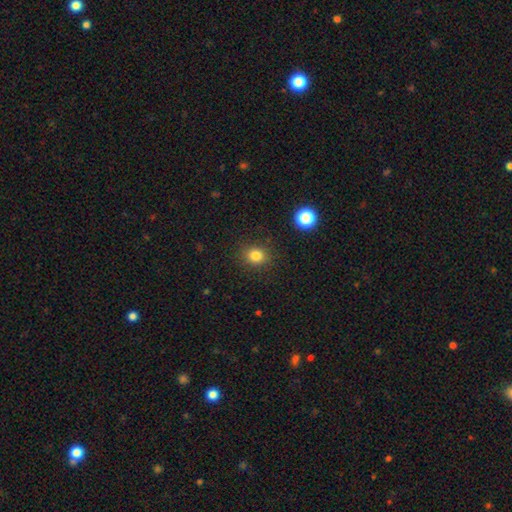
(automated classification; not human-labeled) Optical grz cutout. It shows a smooth galaxy with no disk features (82%) that is round (74%). Merging: none (88%).